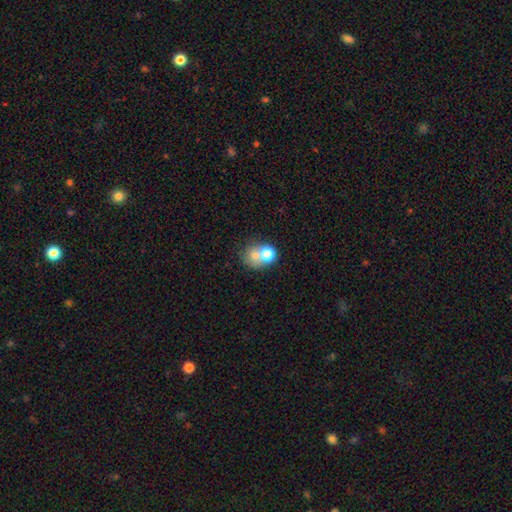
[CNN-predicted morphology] smooth 66%, featured or disk 20%, star or artifact 14%. Down the decision tree: how rounded — round (67%); merging — merger (51%).